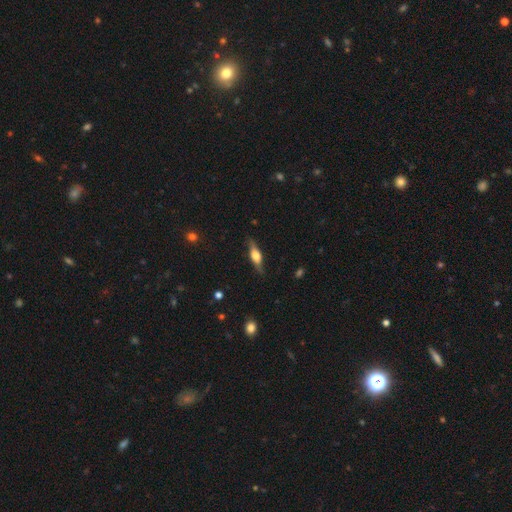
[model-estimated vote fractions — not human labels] featured or disk 61%, smooth 33%, star or artifact 6%. Down the decision tree: edge-on disk — yes (94%); edge-on bulge — rounded (88%); merging — none (83%).